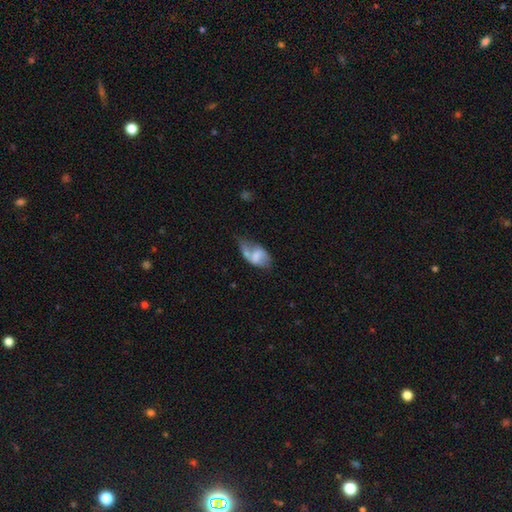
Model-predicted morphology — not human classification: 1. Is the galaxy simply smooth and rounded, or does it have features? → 49% featured or disk, 43% smooth, 8% star or artifact.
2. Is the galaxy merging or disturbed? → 34% none, 31% minor disturbance, 22% major disturbance, 14% merger.